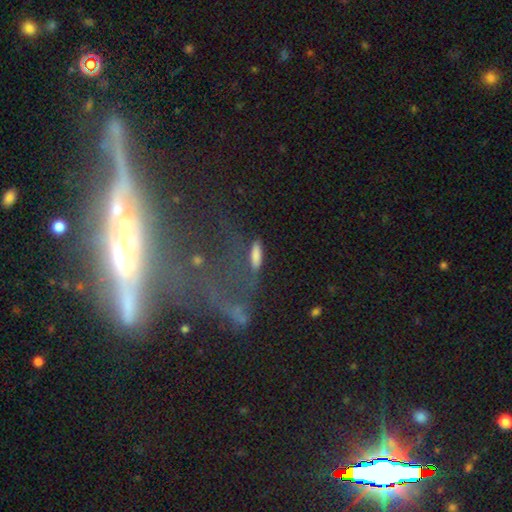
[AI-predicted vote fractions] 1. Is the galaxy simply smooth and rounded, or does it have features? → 76% smooth, 14% featured or disk, 10% star or artifact.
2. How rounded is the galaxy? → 61% cigar-shaped, 35% in between, 4% round.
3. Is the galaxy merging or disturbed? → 70% none, 17% minor disturbance, 8% major disturbance, 5% merger.